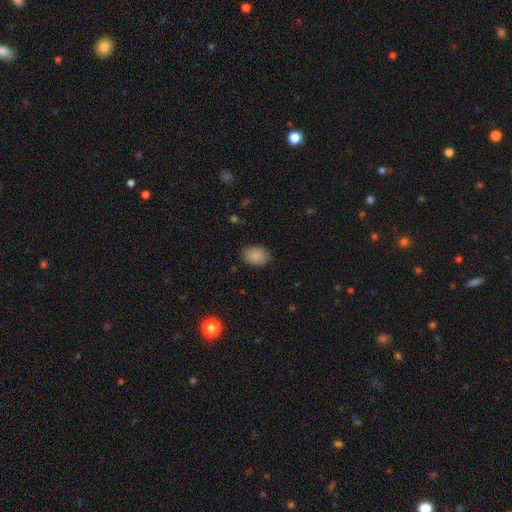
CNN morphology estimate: Overall: smooth (89%). How rounded: in between (81%). Merging: none (86%).